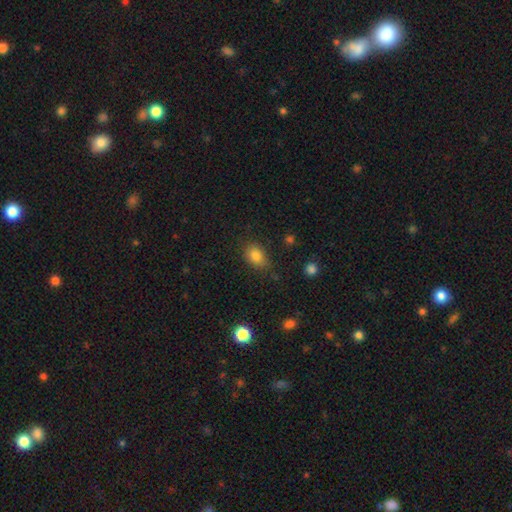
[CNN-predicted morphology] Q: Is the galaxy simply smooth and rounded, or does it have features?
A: smooth — 81%.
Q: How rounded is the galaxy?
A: in between — 71%.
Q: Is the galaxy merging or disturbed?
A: none — 74%.